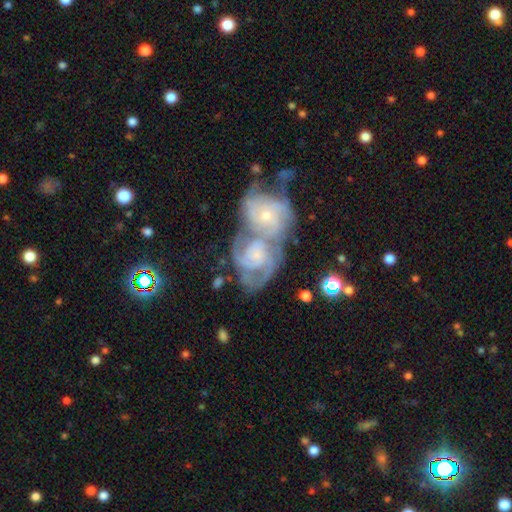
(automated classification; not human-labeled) Morphology: type=featured or disk (82%); edge-on=no (97%); bar=no (68%); spiral arms=yes (94%); winding=tight (51%); arm count=3 (32%); bulge=small (55%); merging=merger (73%).